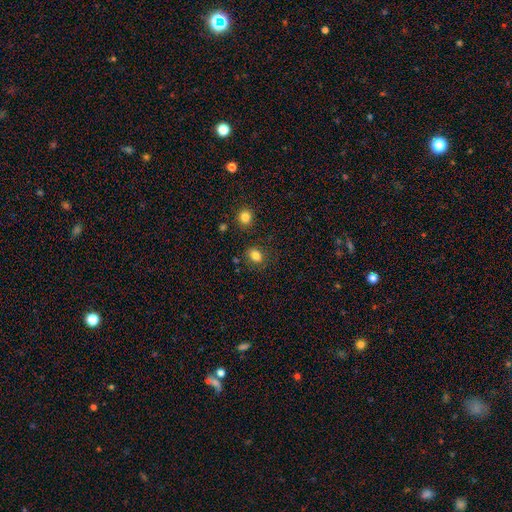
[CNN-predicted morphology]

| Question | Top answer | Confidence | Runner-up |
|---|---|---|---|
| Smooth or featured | smooth | 83% | star or artifact (11%) |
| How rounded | in between | 61% | round (38%) |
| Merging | none | 80% | minor disturbance (13%) |